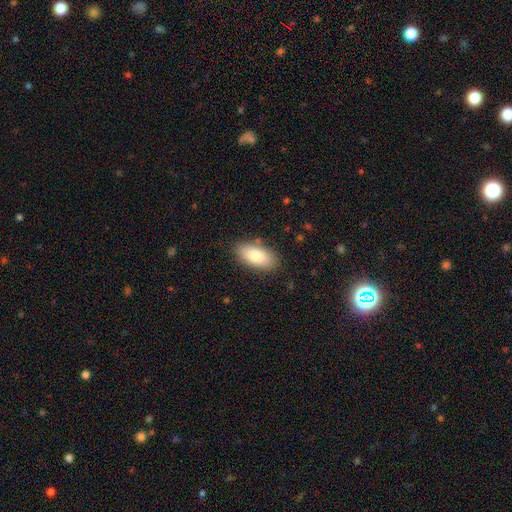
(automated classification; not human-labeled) Q: Smooth or featured?
A: smooth (81%); runner-up: featured or disk (13%)
Q: How rounded?
A: in between (91%); runner-up: cigar-shaped (6%)
Q: Merging?
A: none (84%); runner-up: minor disturbance (11%)